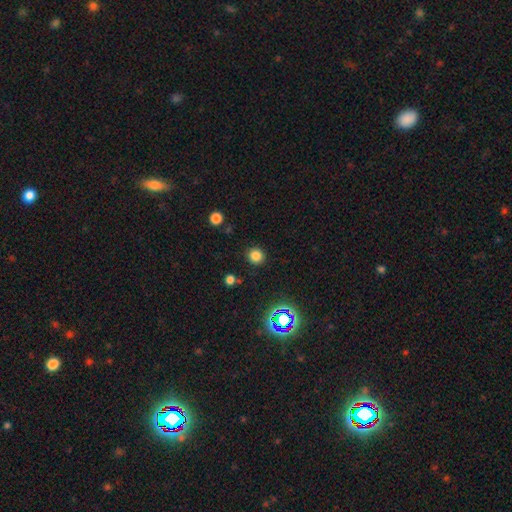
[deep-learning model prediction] Smooth or featured?
  - smooth: 79% *
  - star or artifact: 16%
  - featured or disk: 4%
How rounded?
  - round: 92% *
  - in between: 7%
  - cigar-shaped: 1%
Merging?
  - none: 89% *
  - minor disturbance: 6%
  - major disturbance: 2%
  - merger: 2%